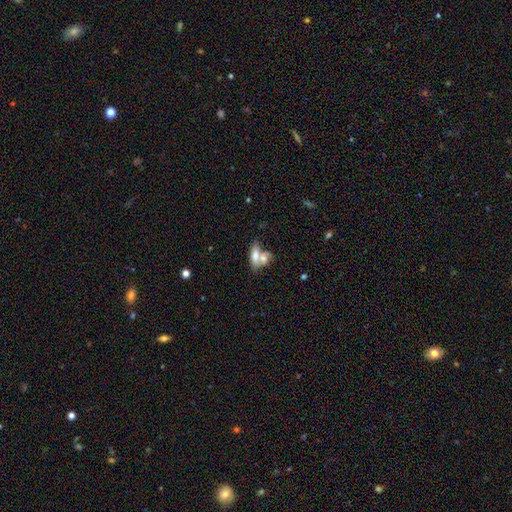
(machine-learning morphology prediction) A smooth galaxy with no disk features (64%) that is in between round and cigar-shaped (69%).

Vote fractions:
- Smooth or featured? smooth: 64% / featured or disk: 28% / star or artifact: 8%
- How rounded? in between: 69% / cigar-shaped: 24% / round: 7%
- Merging? merger: 59% / none: 28% / minor disturbance: 8% / major disturbance: 5%